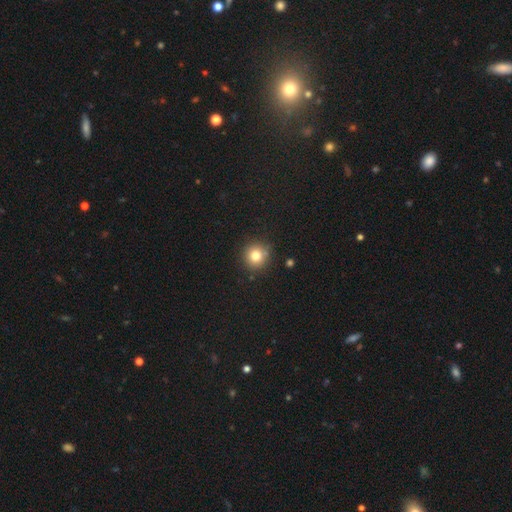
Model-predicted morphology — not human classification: smooth 79%, star or artifact 13%, featured or disk 8%. Down the decision tree: how rounded — round (94%); merging — none (87%).